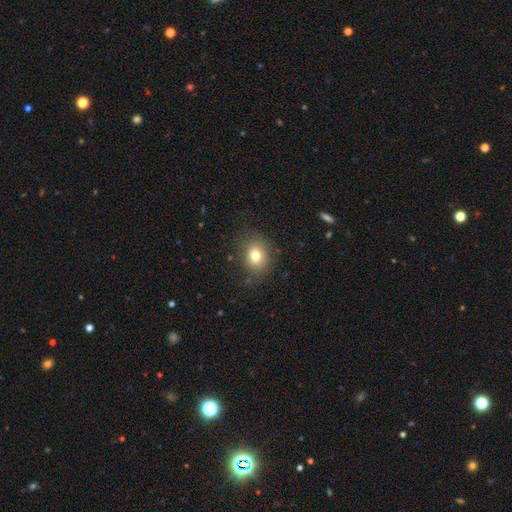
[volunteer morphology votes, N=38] A smooth galaxy with no disk features (89%) that is round (59%). Merging: none (58%).